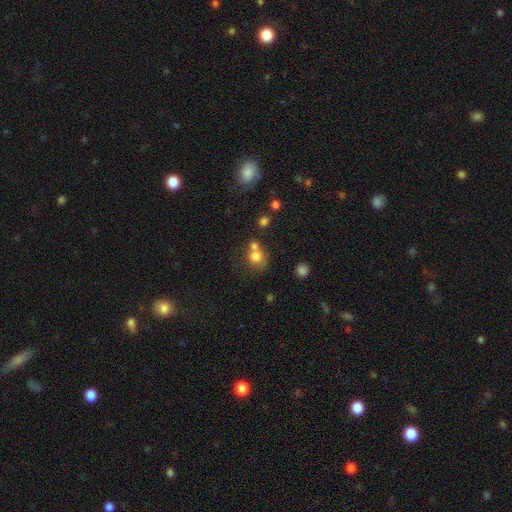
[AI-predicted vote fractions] smooth_or_featured: smooth (p=0.75) [alt: star or artifact p=0.13]
how_rounded: round (p=0.79) [alt: in between p=0.20]
merging: merger (p=0.44) [alt: none p=0.39]